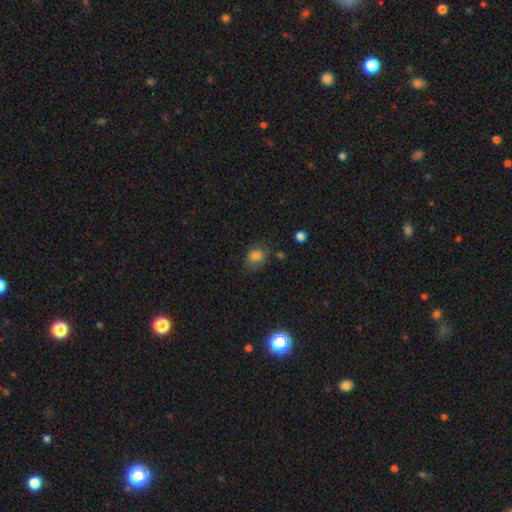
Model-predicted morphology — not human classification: This appears to be a smooth galaxy with no disk features (77%) that is in between round and cigar-shaped (57%). Merging: none (57%).